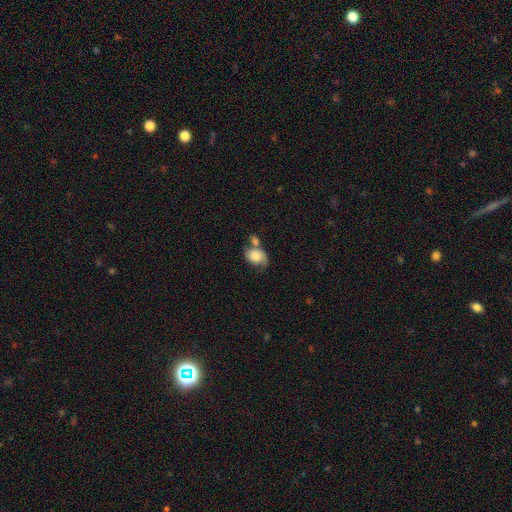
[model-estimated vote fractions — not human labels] Morphology: type=smooth (69%); roundness=in between (66%); merging=merger (35%).